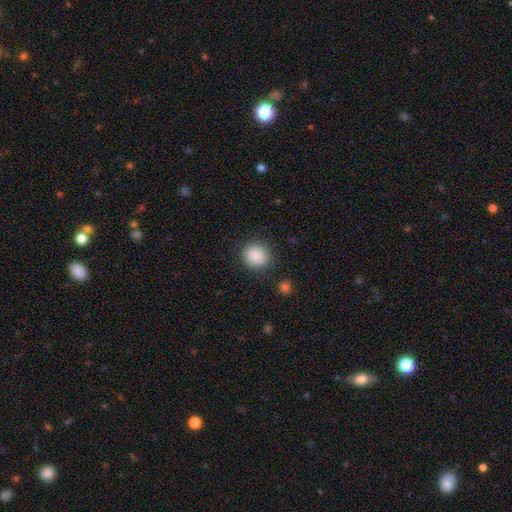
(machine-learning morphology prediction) This appears to be a smooth galaxy with no disk features (89%) that is round (86%). Merging: none (86%).